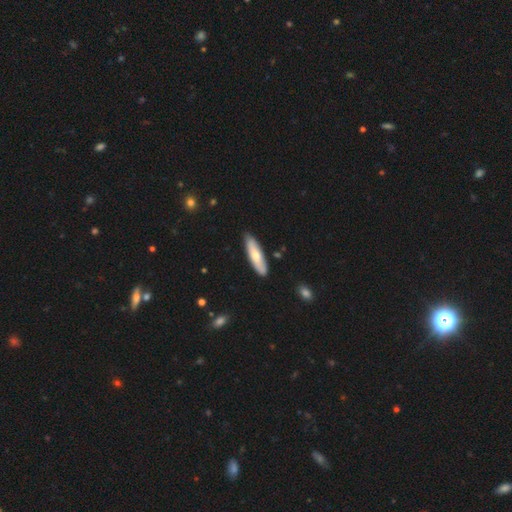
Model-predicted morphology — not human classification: Smooth or featured? Predicted: smooth (p=0.63). How rounded? Predicted: cigar-shaped (p=0.64). Merging? Predicted: none (p=0.86).